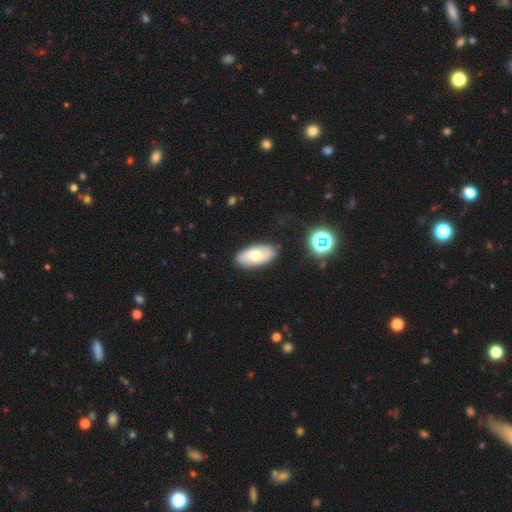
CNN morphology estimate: Smooth or featured? smooth (51%)
How rounded? in between (92%)
Merging? none (81%)